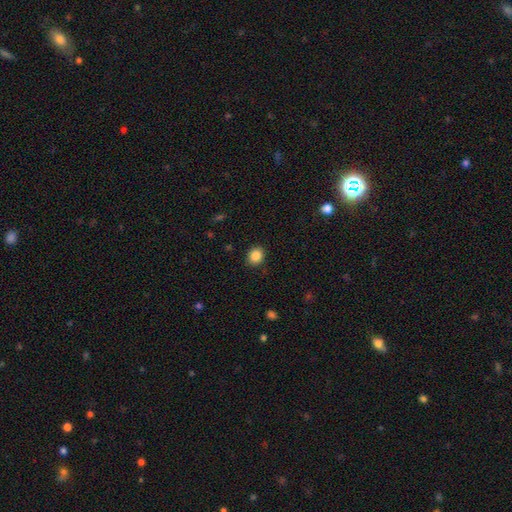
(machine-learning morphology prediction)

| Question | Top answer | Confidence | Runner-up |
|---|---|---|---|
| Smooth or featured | smooth | 86% | star or artifact (10%) |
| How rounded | round | 69% | in between (30%) |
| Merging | none | 90% | minor disturbance (7%) |